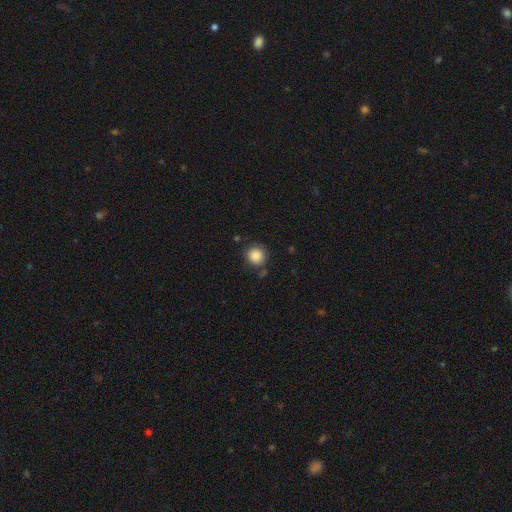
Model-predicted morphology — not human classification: smooth_or_featured: smooth (p=0.88) [alt: star or artifact p=0.09]
how_rounded: round (p=0.91) [alt: in between p=0.08]
merging: none (p=0.80) [alt: minor disturbance p=0.12]